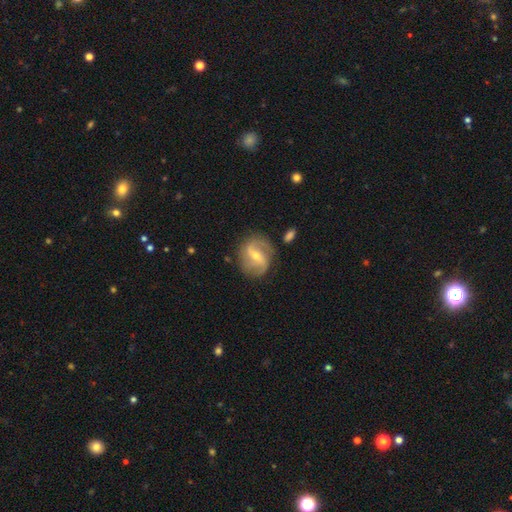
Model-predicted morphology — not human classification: Overall: featured or disk (81%). Edge-on disk: no (96%). Bar: strong (41%, tied with weak). Spiral arms: yes (91%). Spiral arm count: 2 (82%). Spiral winding: medium (40%; loose 39%). Bulge size: small (54%; moderate 43%). Merging: none (78%).